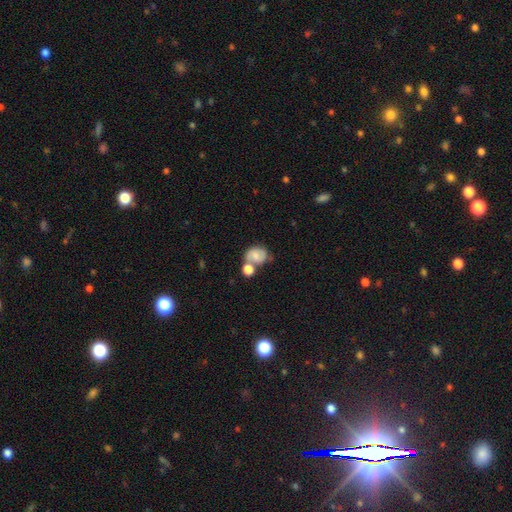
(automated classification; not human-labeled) Q: Smooth or featured?
A: smooth (59%); runner-up: featured or disk (31%)
Q: How rounded?
A: round (56%); runner-up: in between (43%)
Q: Merging?
A: merger (40%); runner-up: none (35%)